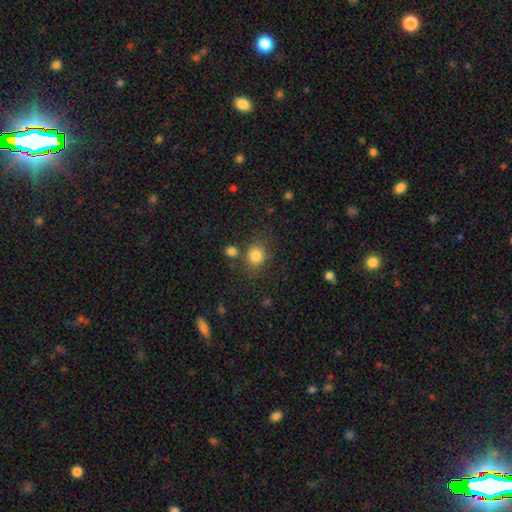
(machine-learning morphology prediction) A smooth galaxy with no disk features (83%) that is round (70%).

Vote fractions:
- Smooth or featured? smooth: 83% / star or artifact: 11% / featured or disk: 6%
- How rounded? round: 70% / in between: 29% / cigar-shaped: 1%
- Merging? none: 73% / minor disturbance: 13% / merger: 10% / major disturbance: 5%